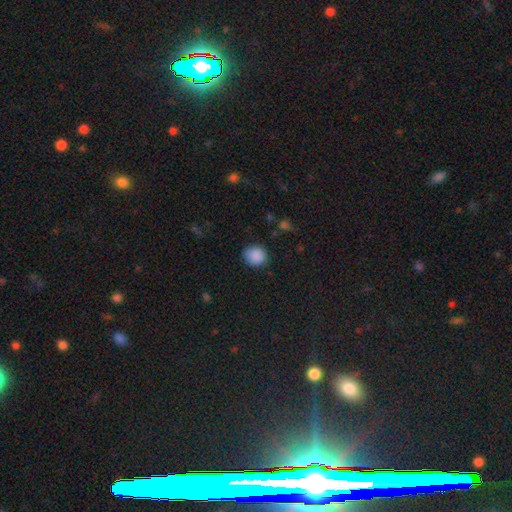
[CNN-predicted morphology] type=smooth (88%); roundness=round (85%); merging=none (85%).